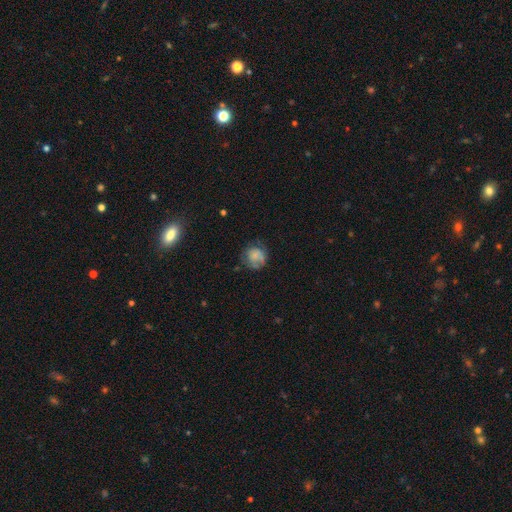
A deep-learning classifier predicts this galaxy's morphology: Smooth or featured? Predicted: smooth (p=0.65). How rounded? Predicted: round (p=0.82). Merging? Predicted: none (p=0.57).